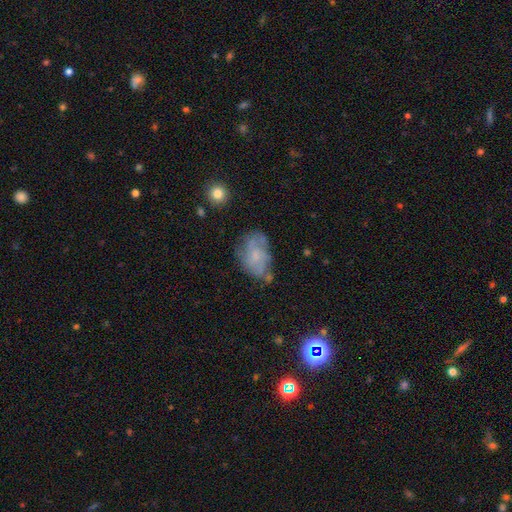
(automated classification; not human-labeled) Morphology: type=featured or disk (55%); edge-on=no (97%); bar=no (75%); spiral arms=yes (72%); bulge=small (51%); merging=none (58%).